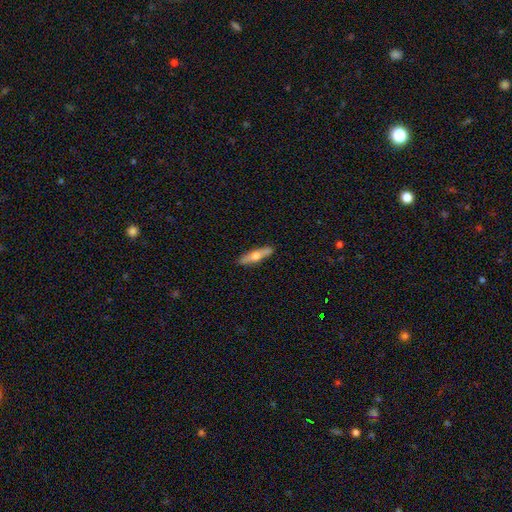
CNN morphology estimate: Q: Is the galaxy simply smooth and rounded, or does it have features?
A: smooth — 48%.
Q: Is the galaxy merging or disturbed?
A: none — 89%.